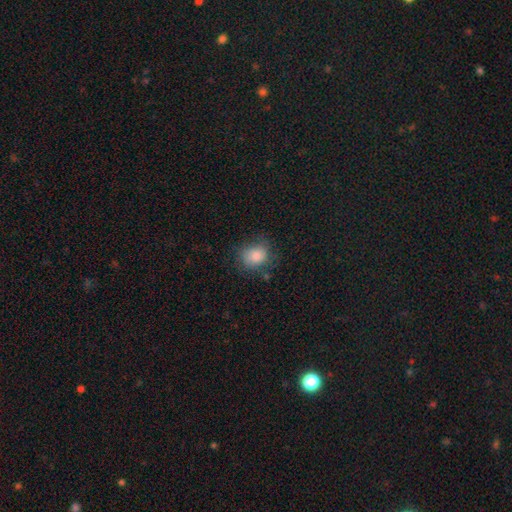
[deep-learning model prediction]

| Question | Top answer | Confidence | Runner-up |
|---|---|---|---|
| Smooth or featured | smooth | 82% | star or artifact (10%) |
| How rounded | round | 60% | in between (39%) |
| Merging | none | 72% | minor disturbance (20%) |